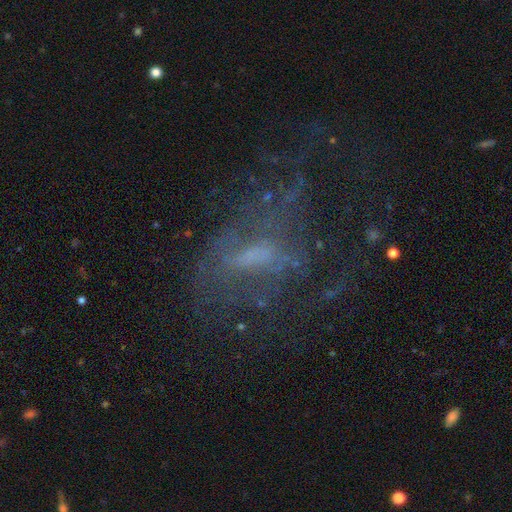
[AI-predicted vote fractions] Smooth or featured: featured or disk — 59% (star or artifact — 21%)
Edge-on disk: no — 92% (yes — 8%)
Bar: no — 43% (weak — 38%)
Spiral arms: no — 59% (yes — 41%)
Bulge size: small — 36% (none — 30%)
Merging: none — 45% (major disturbance — 35%)